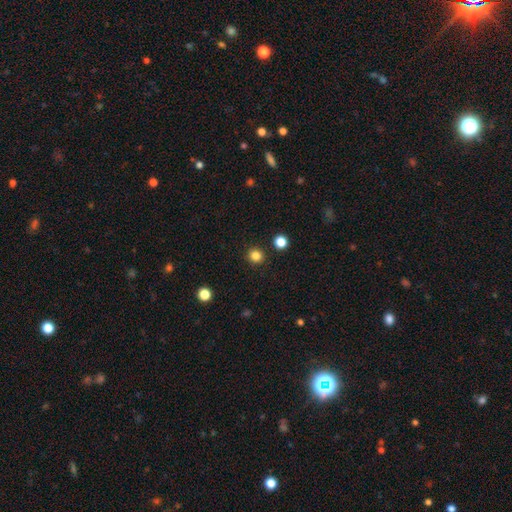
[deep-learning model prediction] This appears to be a smooth galaxy with no disk features (83%) that is round (91%). Merging: none (92%).